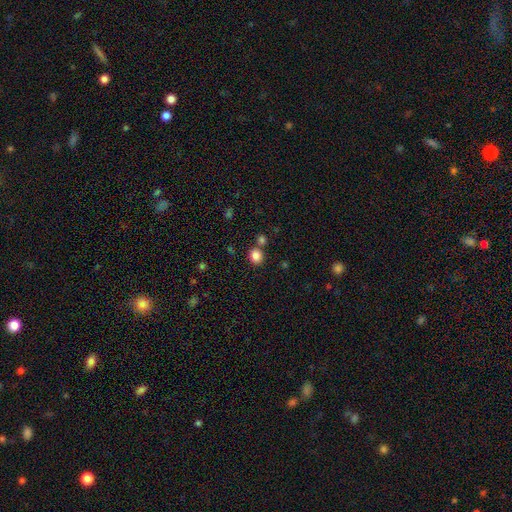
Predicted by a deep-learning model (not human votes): Overall: smooth (84%). How rounded: round (78%). Merging: none (72%).